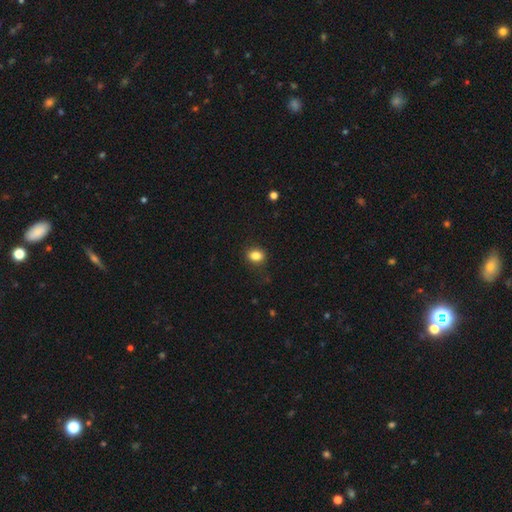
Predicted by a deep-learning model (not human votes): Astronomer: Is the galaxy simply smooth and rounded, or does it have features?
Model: smooth — 85%.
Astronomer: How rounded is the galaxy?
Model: in between — 52% (runner-up: round, 47%).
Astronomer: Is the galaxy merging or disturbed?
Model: none — 84%.